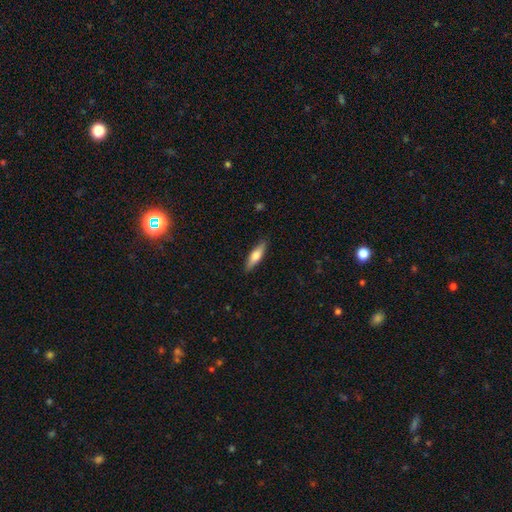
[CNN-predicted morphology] Smooth or featured?
  - smooth: 63% *
  - featured or disk: 32%
  - star or artifact: 6%
How rounded?
  - cigar-shaped: 63% *
  - in between: 35%
  - round: 2%
Merging?
  - none: 88% *
  - minor disturbance: 9%
  - major disturbance: 2%
  - merger: 1%